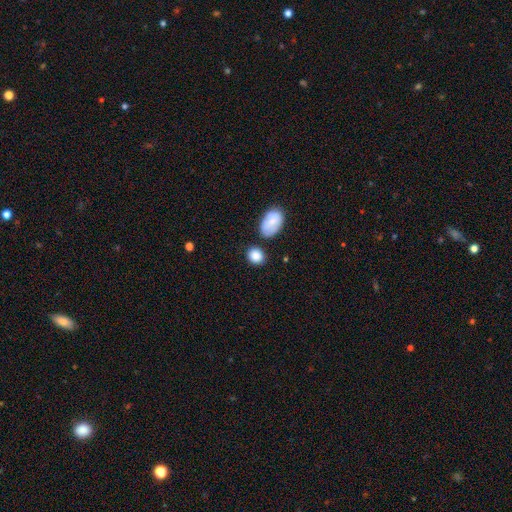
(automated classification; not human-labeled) This is clearly a smooth galaxy (87%). How rounded: likely round (61%). Merging: likely none (73%).